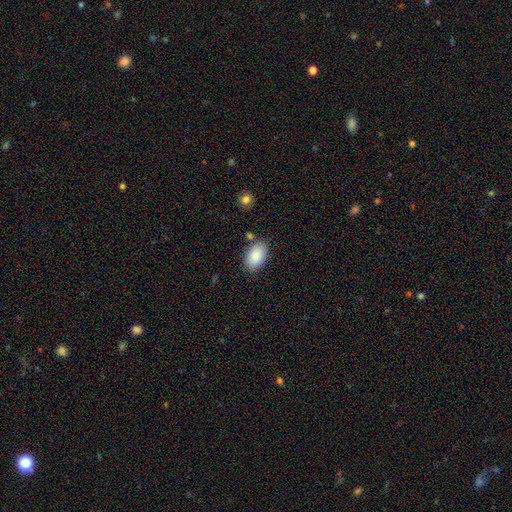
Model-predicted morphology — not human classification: smooth_or_featured: smooth (p=0.88) [alt: star or artifact p=0.06]
how_rounded: in between (p=0.93) [alt: round p=0.06]
merging: none (p=0.81) [alt: minor disturbance p=0.12]